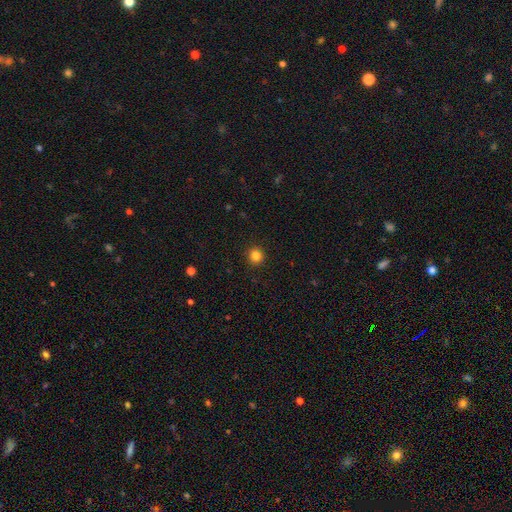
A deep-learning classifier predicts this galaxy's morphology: smooth-or-featured: smooth: 84% | star or artifact: 12% | featured or disk: 4%
  how-rounded: round: 93% | in between: 6% | cigar-shaped: 1%
  merging: none: 93% | minor disturbance: 5% | major disturbance: 2% | merger: 1%